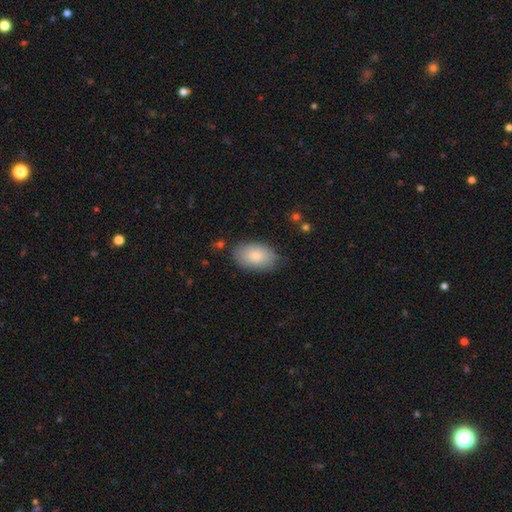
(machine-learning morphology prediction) Smooth or featured?
  - smooth: 83% *
  - featured or disk: 11%
  - star or artifact: 6%
How rounded?
  - in between: 91% *
  - round: 7%
  - cigar-shaped: 1%
Merging?
  - none: 78% *
  - minor disturbance: 17%
  - major disturbance: 4%
  - merger: 2%